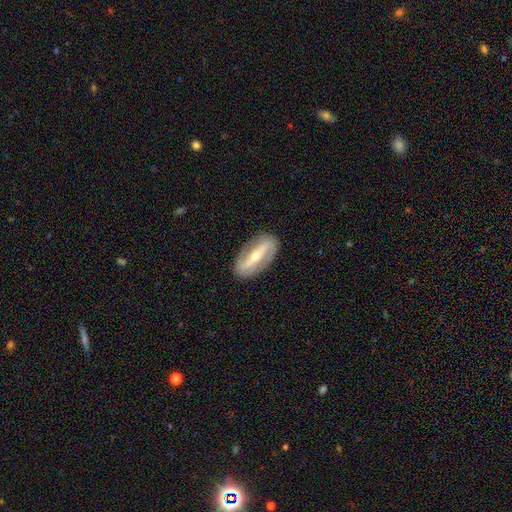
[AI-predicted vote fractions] Q: Smooth or featured?
A: featured or disk (80%); runner-up: smooth (16%)
Q: Edge-on disk?
A: no (84%); runner-up: yes (16%)
Q: Bar?
A: strong (74%); runner-up: weak (16%)
Q: Spiral arms?
A: yes (67%); runner-up: no (33%)
Q: Bulge size?
A: small (49%); runner-up: moderate (47%)
Q: Merging?
A: none (87%); runner-up: minor disturbance (9%)